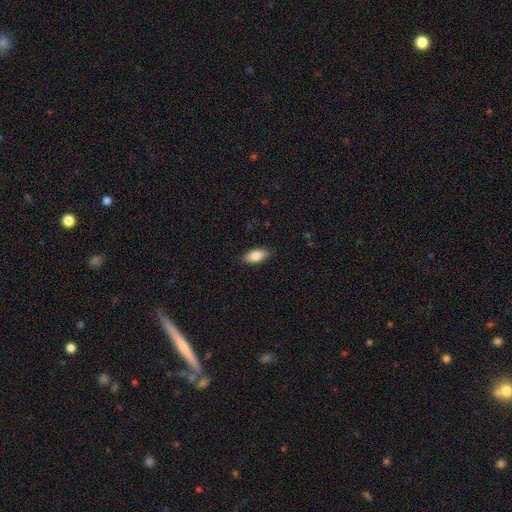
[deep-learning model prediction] Q: Smooth or featured?
A: smooth (83%); runner-up: featured or disk (10%)
Q: How rounded?
A: in between (88%); runner-up: cigar-shaped (9%)
Q: Merging?
A: none (88%); runner-up: minor disturbance (9%)